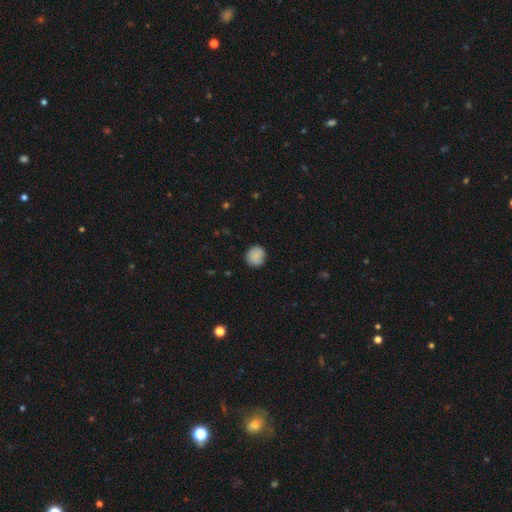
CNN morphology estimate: A smooth galaxy with no disk features (86%) that is round (85%).

Vote fractions:
- Smooth or featured? smooth: 86% / star or artifact: 8% / featured or disk: 6%
- How rounded? round: 85% / in between: 14% / cigar-shaped: 1%
- Merging? none: 84% / minor disturbance: 13% / major disturbance: 3% / merger: 1%